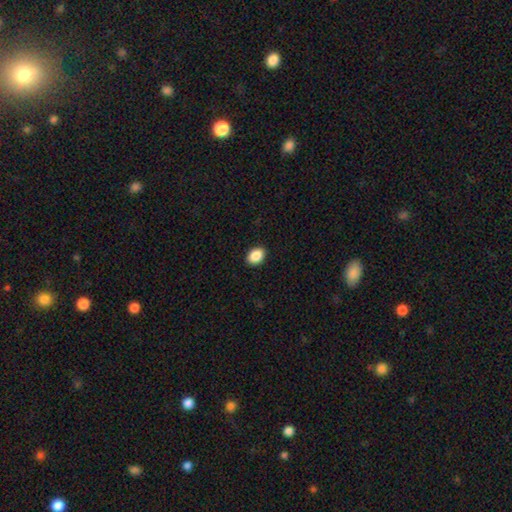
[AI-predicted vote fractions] A smooth galaxy with no disk features (89%) that is in between round and cigar-shaped (73%).

Vote fractions:
- Smooth or featured? smooth: 89% / star or artifact: 8% / featured or disk: 3%
- How rounded? in between: 73% / round: 26% / cigar-shaped: 1%
- Merging? none: 91% / minor disturbance: 6% / major disturbance: 2% / merger: 1%